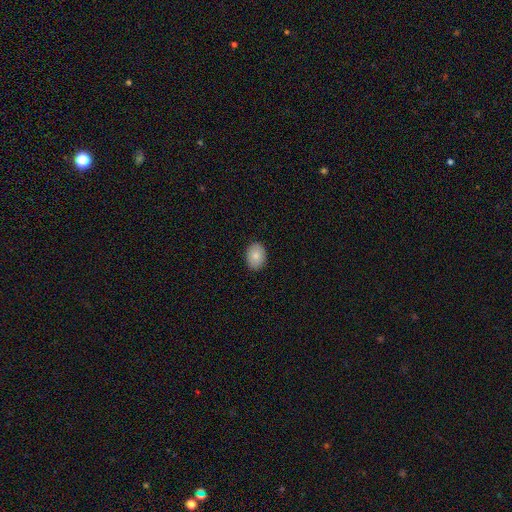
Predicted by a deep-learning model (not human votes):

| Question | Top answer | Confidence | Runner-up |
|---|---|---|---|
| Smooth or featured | smooth | 85% | featured or disk (8%) |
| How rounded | in between | 74% | round (25%) |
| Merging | none | 89% | minor disturbance (8%) |